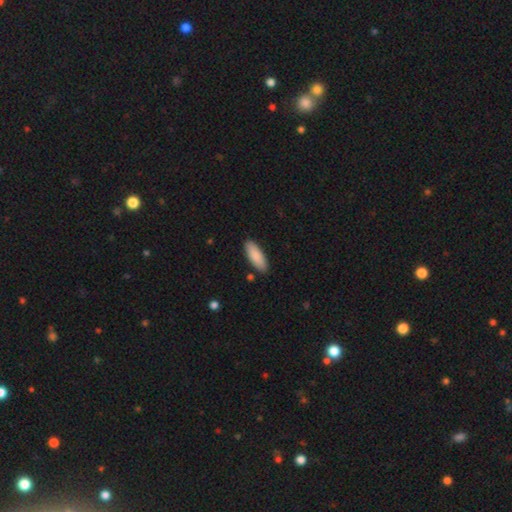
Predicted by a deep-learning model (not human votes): smooth 88%, featured or disk 7%, star or artifact 5%. Down the decision tree: how rounded — in between (70%); merging — none (87%).